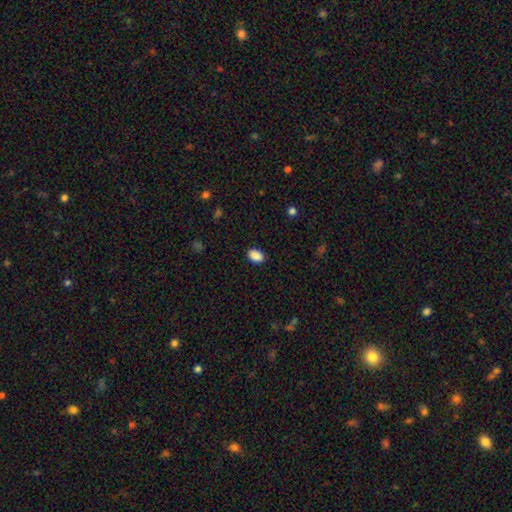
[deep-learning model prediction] This is clearly a smooth galaxy (89%). How rounded: clearly in between (89%). Merging: clearly none (88%).